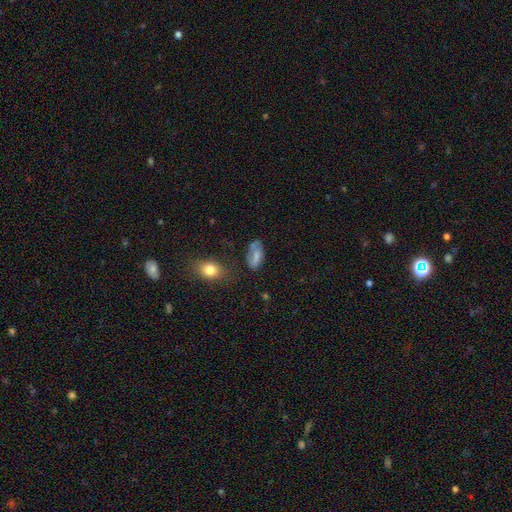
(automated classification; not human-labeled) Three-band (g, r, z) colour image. It shows a smooth galaxy with no disk features (63%) that is in between round and cigar-shaped (90%). Merging: none (52%).